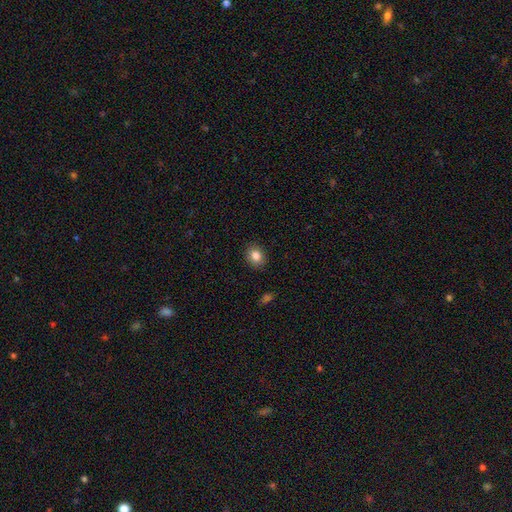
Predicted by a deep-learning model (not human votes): Morphology: type=smooth (84%); roundness=round (55%); merging=none (89%).